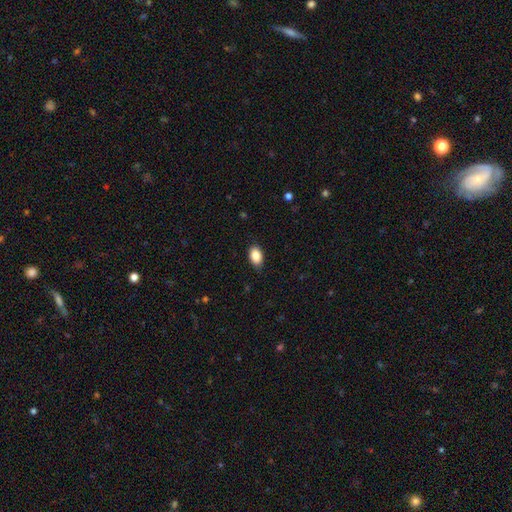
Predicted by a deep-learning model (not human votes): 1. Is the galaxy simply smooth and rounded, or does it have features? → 88% smooth, 7% star or artifact, 5% featured or disk.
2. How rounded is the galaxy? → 90% in between, 9% round, 1% cigar-shaped.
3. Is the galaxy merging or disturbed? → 85% none, 12% minor disturbance, 2% major disturbance, 1% merger.